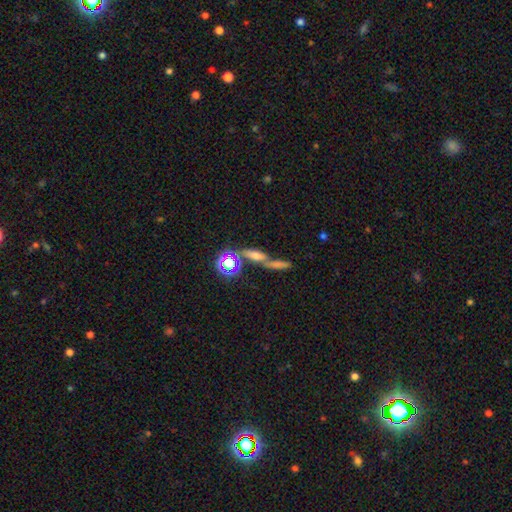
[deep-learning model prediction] Morphology: type=smooth (48%); merging=none (41%).